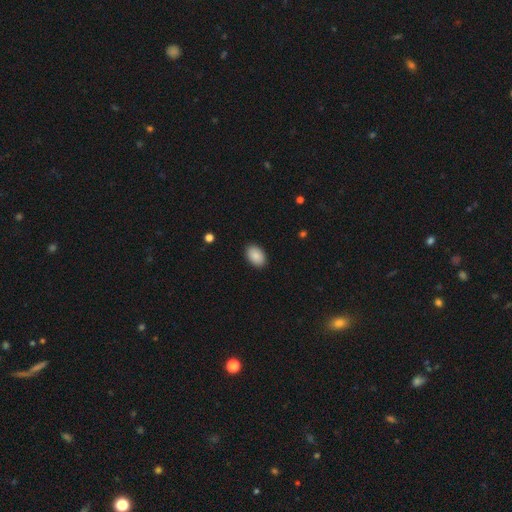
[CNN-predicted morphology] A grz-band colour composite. It shows a smooth galaxy with no disk features (89%) that is in between round and cigar-shaped (91%). Merging: none (90%).